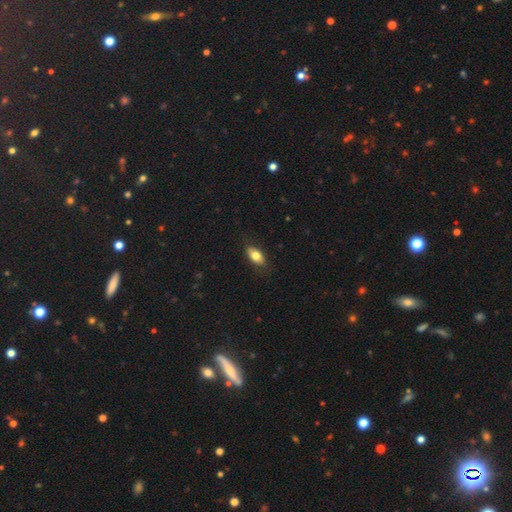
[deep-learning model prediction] Smooth or featured: smooth — 76% (featured or disk — 17%)
How rounded: in between — 88% (cigar-shaped — 7%)
Merging: none — 83% (minor disturbance — 14%)